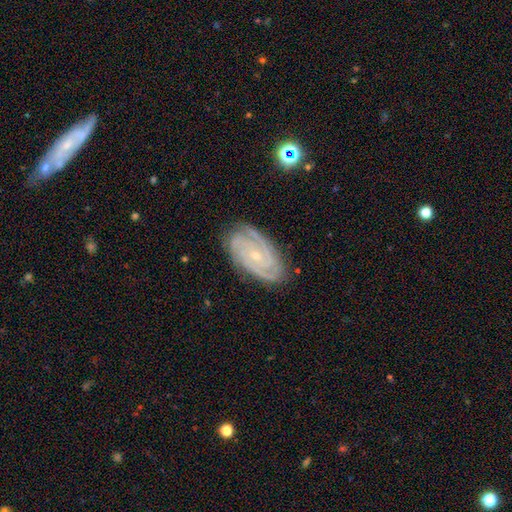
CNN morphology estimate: A featured or disk galaxy (87%) with no bar (66%), 3 (34%) tight (74%) spiral arms (98%) and a small central bulge (77%). Merging: none (81%).